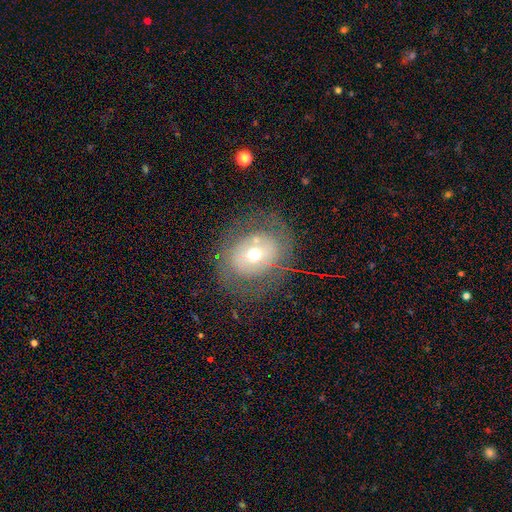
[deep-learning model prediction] A featured or disk galaxy (52%). Merging: none (69%).